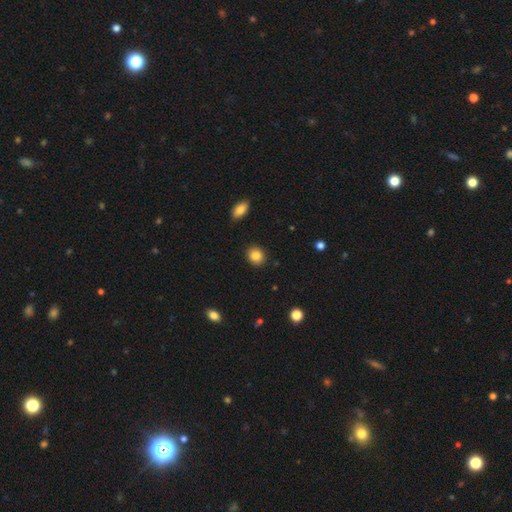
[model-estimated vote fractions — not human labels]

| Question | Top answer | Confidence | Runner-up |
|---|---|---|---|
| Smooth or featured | smooth | 86% | star or artifact (9%) |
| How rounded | round | 70% | in between (29%) |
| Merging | none | 90% | minor disturbance (7%) |